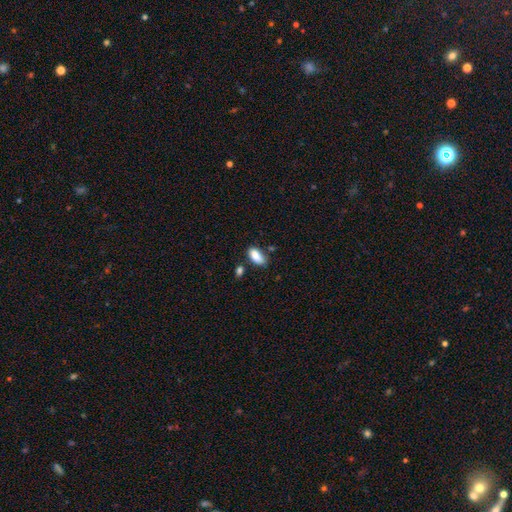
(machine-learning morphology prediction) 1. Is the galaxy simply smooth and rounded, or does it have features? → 87% smooth, 8% star or artifact, 6% featured or disk.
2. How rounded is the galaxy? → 88% in between, 9% cigar-shaped, 3% round.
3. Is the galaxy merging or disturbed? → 69% none, 19% minor disturbance, 8% merger, 4% major disturbance.